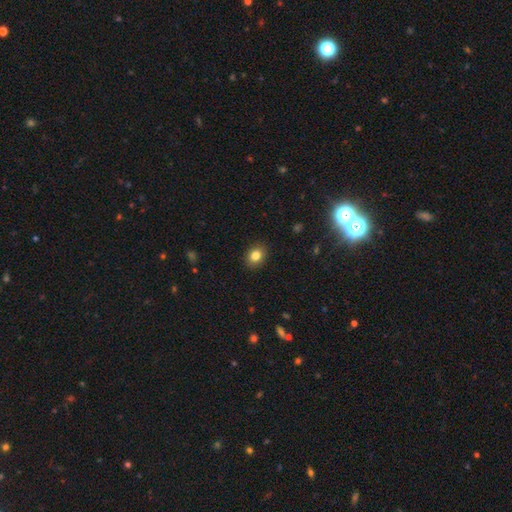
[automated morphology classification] smooth 83%, star or artifact 10%, featured or disk 7%. Down the decision tree: how rounded — in between (51%); merging — none (89%).